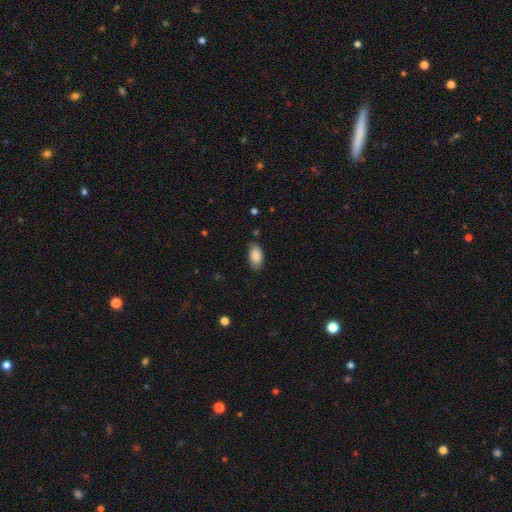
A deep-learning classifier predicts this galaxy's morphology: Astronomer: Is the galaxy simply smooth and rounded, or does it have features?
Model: smooth — 86%.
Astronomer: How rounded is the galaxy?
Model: in between — 94%.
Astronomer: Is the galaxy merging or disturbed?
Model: none — 78%.